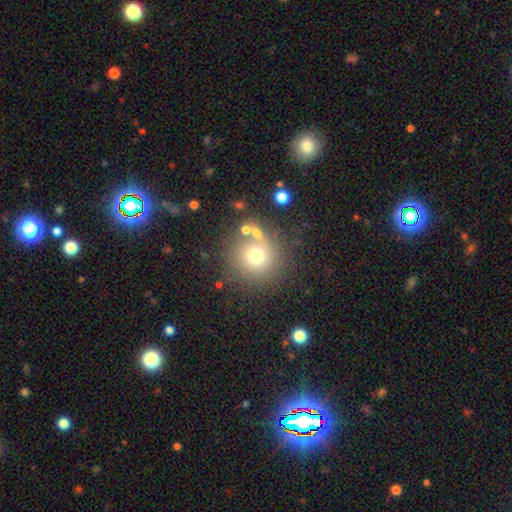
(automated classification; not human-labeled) Q: Smooth or featured?
A: smooth (68%); runner-up: star or artifact (16%)
Q: How rounded?
A: round (93%); runner-up: in between (6%)
Q: Merging?
A: none (69%); runner-up: merger (12%)